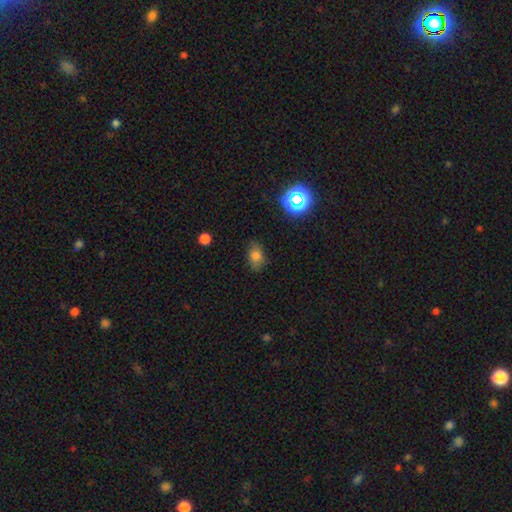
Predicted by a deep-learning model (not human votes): The model was most divided on "smooth or featured": smooth: 76%, star or artifact: 15%, featured or disk: 10%. More confident: how rounded — in between (81%); merging — none (78%).